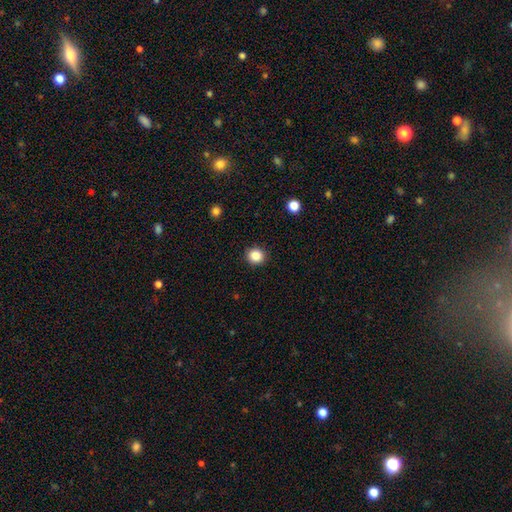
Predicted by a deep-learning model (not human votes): smooth_or_featured: smooth (p=0.86) [alt: star or artifact p=0.10]
how_rounded: round (p=0.89) [alt: in between p=0.10]
merging: none (p=0.92) [alt: minor disturbance p=0.06]